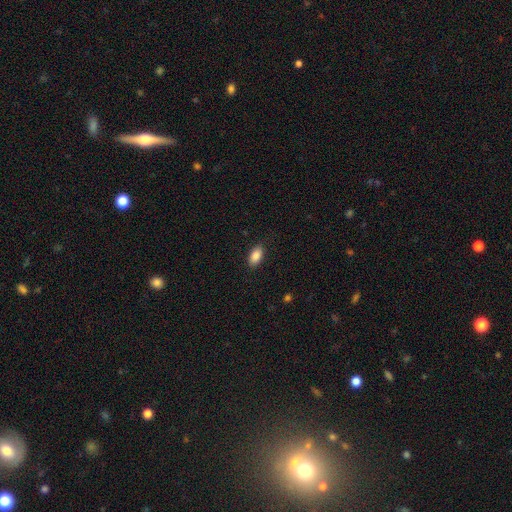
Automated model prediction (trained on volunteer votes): Smooth or featured? smooth (88%)
How rounded? in between (93%)
Merging? none (87%)